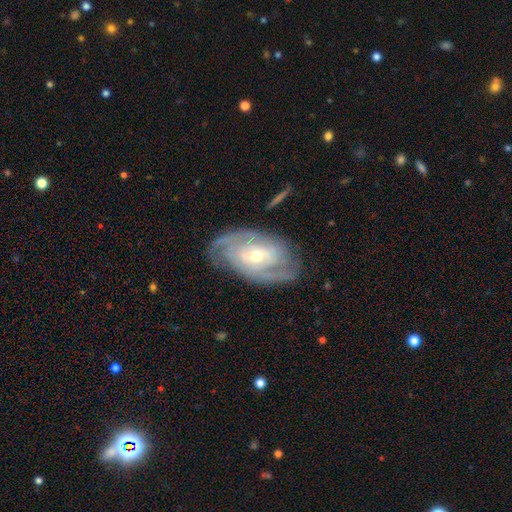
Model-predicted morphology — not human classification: This appears to be a featured or disk galaxy (86%) with no bar (56%), 2 (49%) tight (63%) spiral arms (95%) and a moderate central bulge (59%). Merging: none (77%).